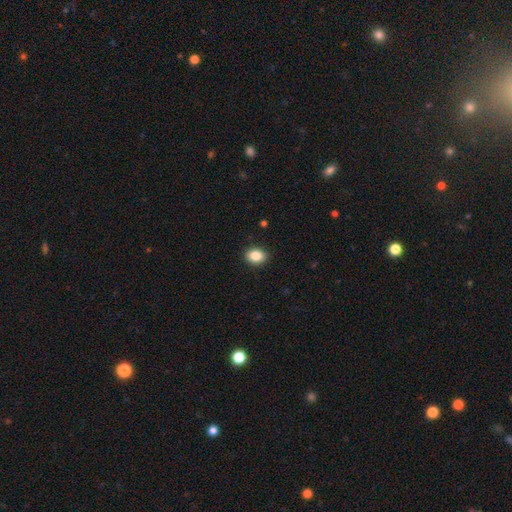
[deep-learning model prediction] Smooth or featured? Predicted: smooth (p=0.86). How rounded? Predicted: in between (p=0.58). Merging? Predicted: none (p=0.90).